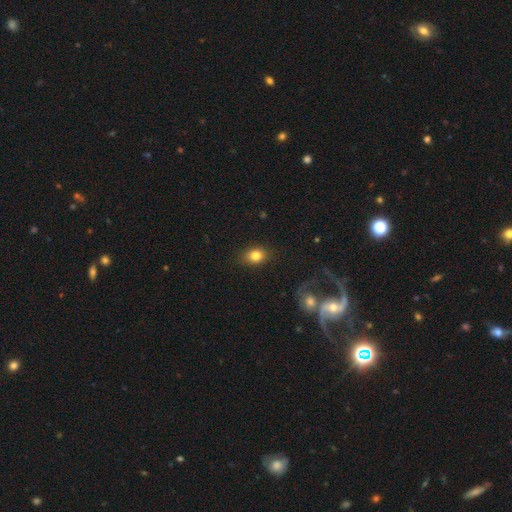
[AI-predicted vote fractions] Smooth or featured?
  - smooth: 82% *
  - star or artifact: 10%
  - featured or disk: 8%
How rounded?
  - in between: 59% *
  - round: 40%
  - cigar-shaped: 2%
Merging?
  - none: 84% *
  - minor disturbance: 11%
  - major disturbance: 3%
  - merger: 1%